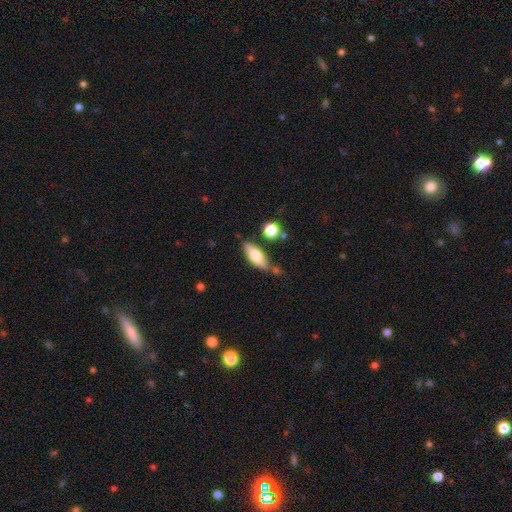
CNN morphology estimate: A smooth galaxy with no disk features (69%) that is in between round and cigar-shaped (69%).

Vote fractions:
- Smooth or featured? smooth: 69% / featured or disk: 24% / star or artifact: 7%
- How rounded? in between: 69% / cigar-shaped: 28% / round: 3%
- Merging? none: 70% / minor disturbance: 17% / merger: 9% / major disturbance: 4%